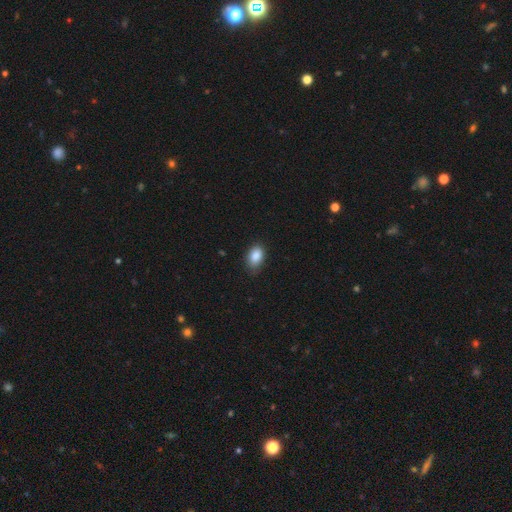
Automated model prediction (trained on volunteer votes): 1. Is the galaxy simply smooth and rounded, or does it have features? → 87% smooth, 8% star or artifact, 5% featured or disk.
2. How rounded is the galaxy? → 86% in between, 12% round, 1% cigar-shaped.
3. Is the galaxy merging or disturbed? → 77% none, 19% minor disturbance, 3% major disturbance, 1% merger.